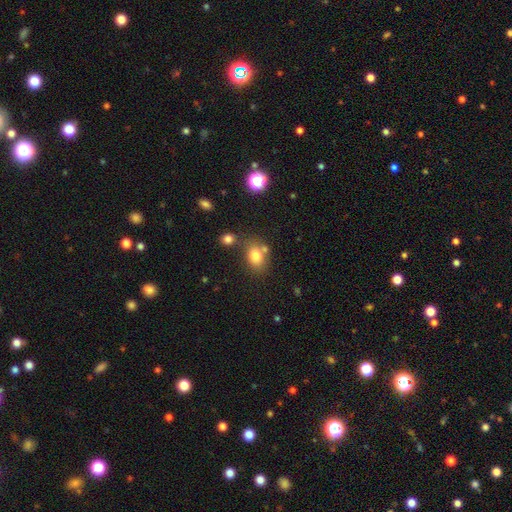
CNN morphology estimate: Smooth or featured? Predicted: smooth (p=0.79). How rounded? Predicted: in between (p=0.66). Merging? Predicted: none (p=0.60).